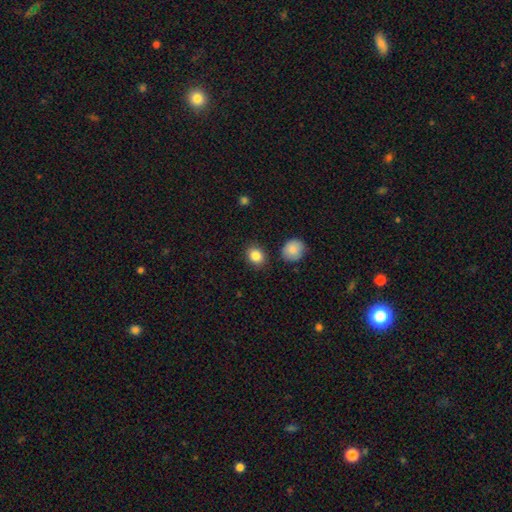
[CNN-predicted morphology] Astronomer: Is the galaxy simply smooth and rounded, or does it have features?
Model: smooth — 85%.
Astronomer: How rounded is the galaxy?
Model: round — 53% (runner-up: in between, 46%).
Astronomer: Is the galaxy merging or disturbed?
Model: none — 84%.